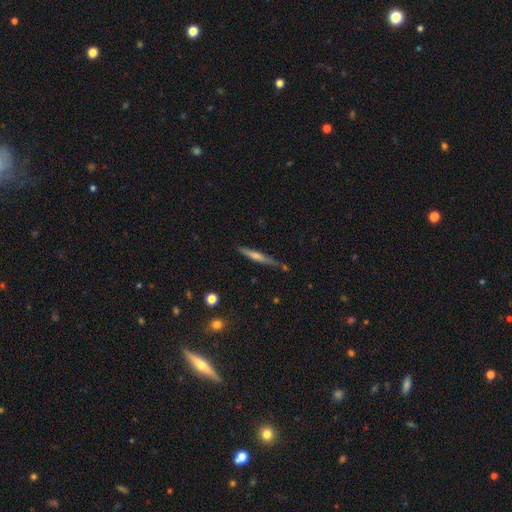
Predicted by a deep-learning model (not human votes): Overall: featured or disk (59%; smooth 32%). Edge-on disk: yes (95%). Edge-on bulge: rounded (60%; none 31%). Merging: none (80%).